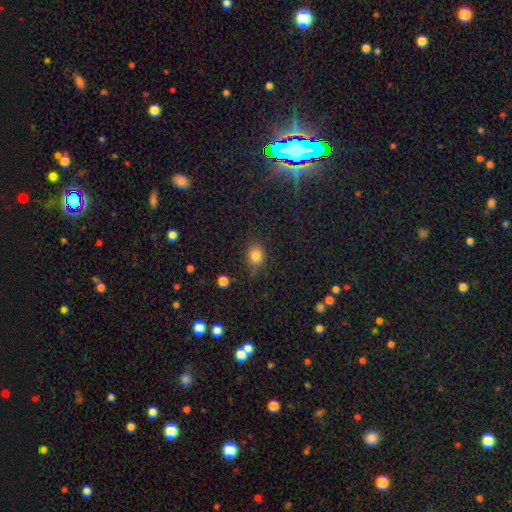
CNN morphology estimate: The model was most divided on "how rounded": in between: 50%, round: 48%, cigar-shaped: 1%. More confident: smooth or featured — smooth (81%); merging — none (75%).